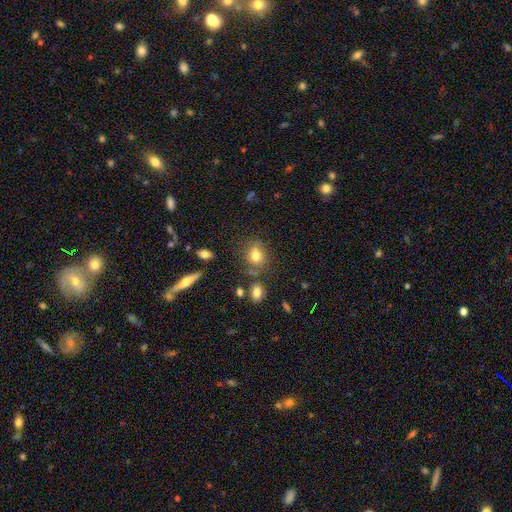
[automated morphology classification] Smooth or featured: smooth — 77% (star or artifact — 12%)
How rounded: round — 64% (in between — 35%)
Merging: none — 69% (minor disturbance — 17%)